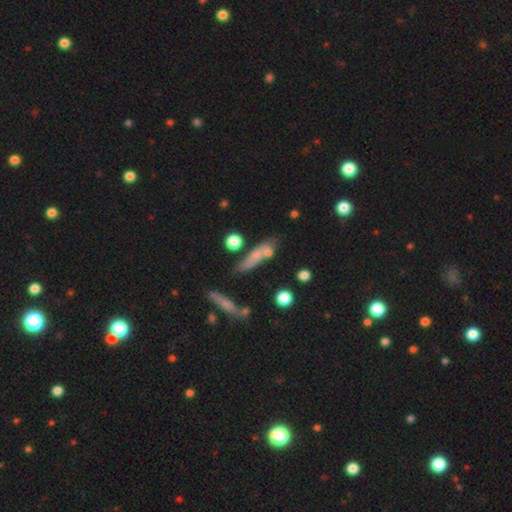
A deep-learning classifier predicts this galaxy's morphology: A smooth galaxy with no disk features (60%) that is cigar-shaped (67%).

Vote fractions:
- Smooth or featured? smooth: 60% / featured or disk: 29% / star or artifact: 11%
- How rounded? cigar-shaped: 67% / in between: 25% / round: 7%
- Merging? none: 57% / merger: 18% / minor disturbance: 18% / major disturbance: 7%